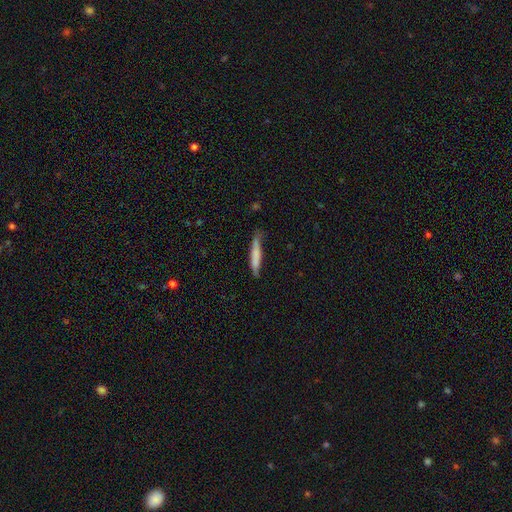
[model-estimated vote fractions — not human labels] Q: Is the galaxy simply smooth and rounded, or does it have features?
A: smooth — 71%.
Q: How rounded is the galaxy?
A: cigar-shaped — 92%.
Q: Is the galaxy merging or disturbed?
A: none — 65%.